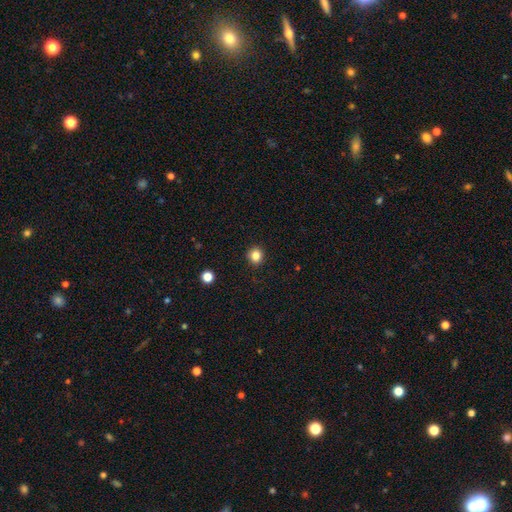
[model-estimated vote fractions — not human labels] Smooth or featured? Predicted: smooth (p=0.84). How rounded? Predicted: round (p=0.91). Merging? Predicted: none (p=0.92).